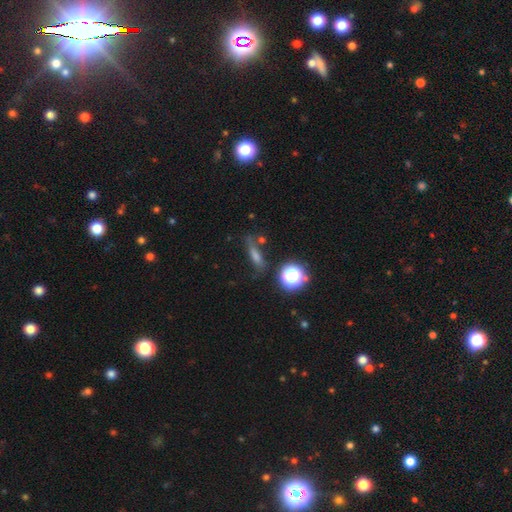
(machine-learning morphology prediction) Q: Smooth or featured?
A: smooth (52%); runner-up: star or artifact (25%)
Q: How rounded?
A: cigar-shaped (59%); runner-up: in between (26%)
Q: Merging?
A: none (65%); runner-up: minor disturbance (19%)